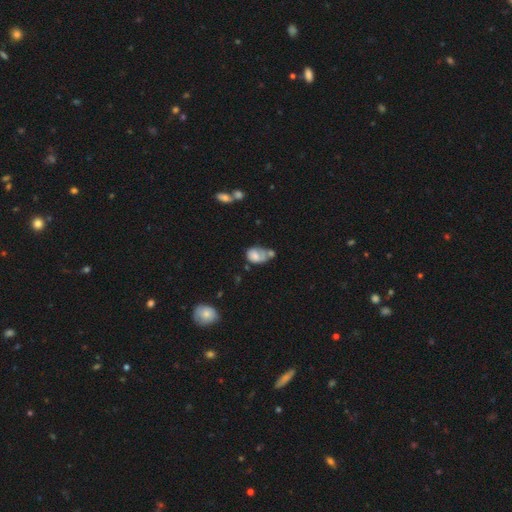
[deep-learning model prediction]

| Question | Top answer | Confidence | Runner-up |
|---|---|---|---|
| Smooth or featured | smooth | 64% | featured or disk (27%) |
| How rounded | in between | 74% | round (24%) |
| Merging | merger | 35% | minor disturbance (23%) |